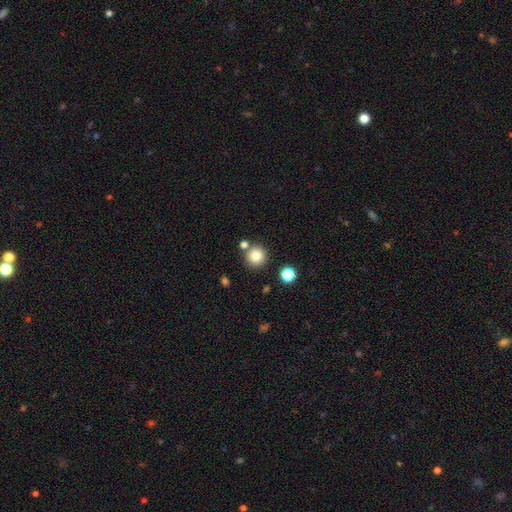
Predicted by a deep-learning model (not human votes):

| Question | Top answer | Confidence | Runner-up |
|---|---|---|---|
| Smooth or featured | smooth | 83% | star or artifact (11%) |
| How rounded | round | 94% | in between (5%) |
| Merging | none | 81% | merger (10%) |